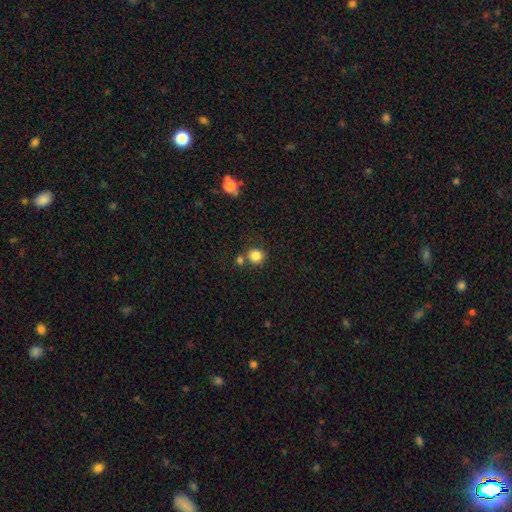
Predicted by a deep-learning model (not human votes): Smooth or featured: smooth — 83% (star or artifact — 11%)
How rounded: round — 89% (in between — 10%)
Merging: none — 69% (merger — 18%)